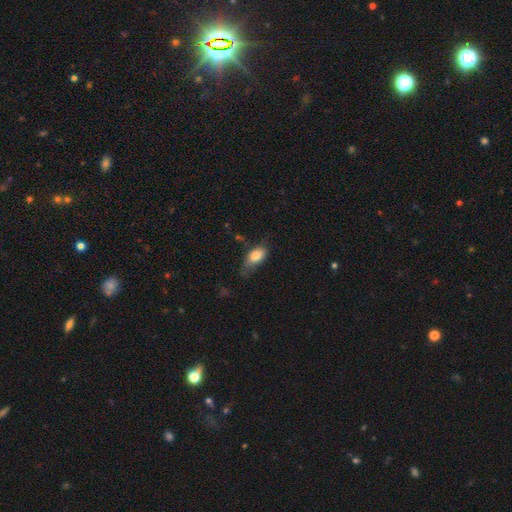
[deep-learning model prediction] Morphology: type=smooth (81%); roundness=in between (88%); merging=none (42%).